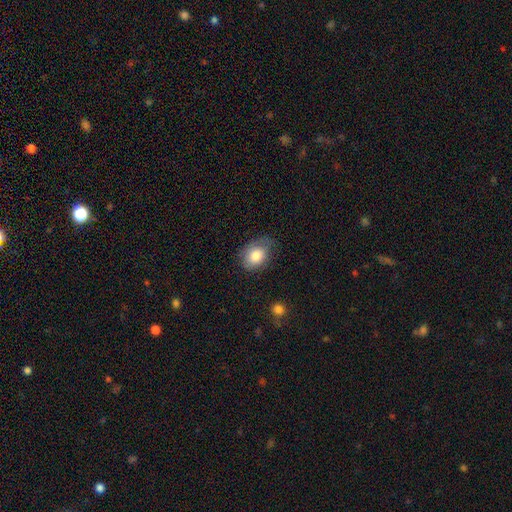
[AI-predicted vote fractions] smooth-or-featured: smooth: 78% | featured or disk: 15% | star or artifact: 7%
  how-rounded: in between: 71% | round: 28% | cigar-shaped: 1%
  merging: none: 58% | minor disturbance: 30% | major disturbance: 11% | merger: 2%